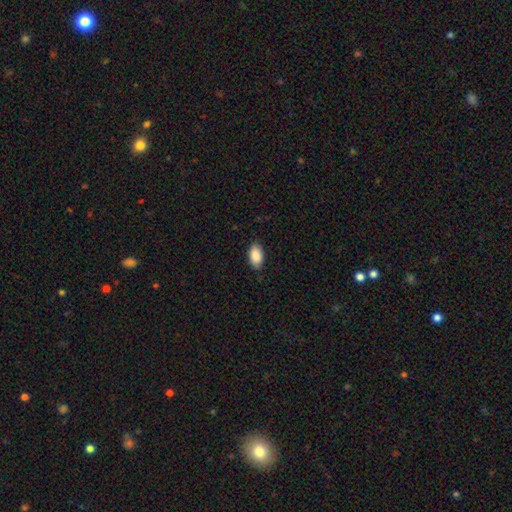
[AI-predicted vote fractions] Morphology: type=smooth (89%); roundness=in between (94%); merging=none (85%).